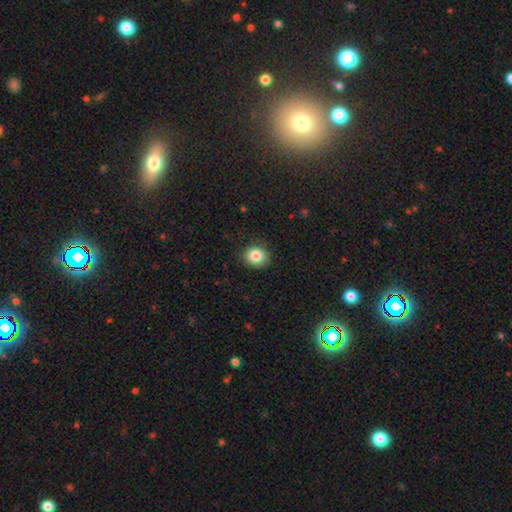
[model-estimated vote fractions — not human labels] A smooth galaxy with no disk features (84%) that is round (76%).

Vote fractions:
- Smooth or featured? smooth: 84% / star or artifact: 10% / featured or disk: 6%
- How rounded? round: 76% / in between: 23% / cigar-shaped: 1%
- Merging? none: 86% / minor disturbance: 10% / major disturbance: 2% / merger: 1%